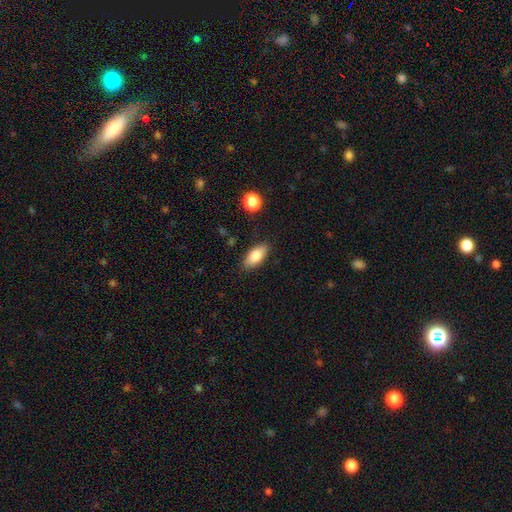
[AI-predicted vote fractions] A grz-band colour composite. It shows a smooth galaxy with no disk features (82%) that is in between round and cigar-shaped (87%). Merging: none (86%).